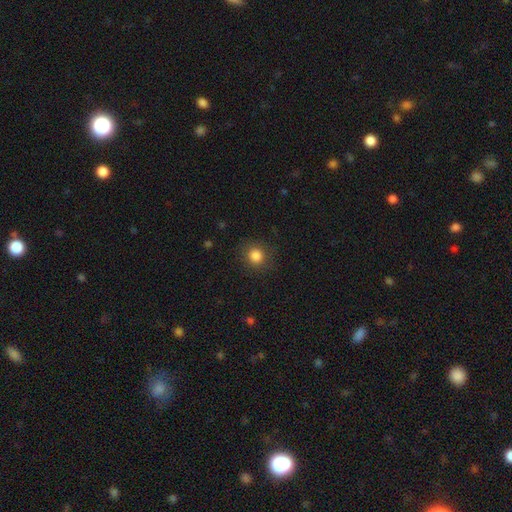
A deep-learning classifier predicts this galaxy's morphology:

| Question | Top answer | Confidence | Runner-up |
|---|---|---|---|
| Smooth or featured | smooth | 84% | star or artifact (11%) |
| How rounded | round | 89% | in between (10%) |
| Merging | none | 86% | minor disturbance (9%) |